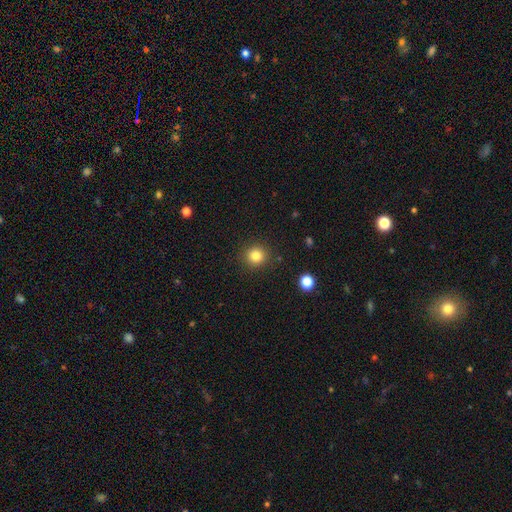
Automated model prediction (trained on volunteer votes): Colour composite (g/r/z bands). It shows a smooth galaxy with no disk features (83%) that is round (91%). Merging: none (90%).